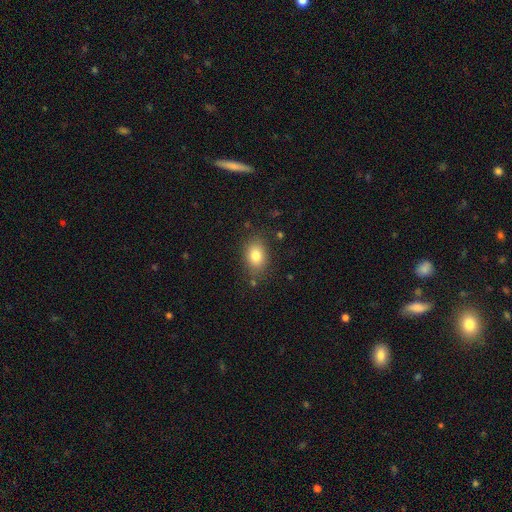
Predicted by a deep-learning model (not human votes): Overall: smooth (80%). How rounded: in between (72%). Merging: none (80%).